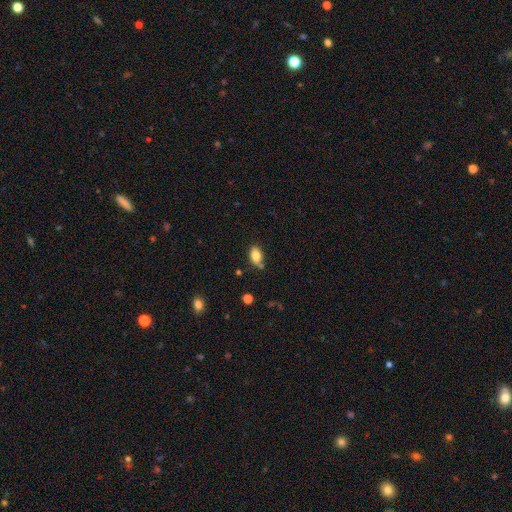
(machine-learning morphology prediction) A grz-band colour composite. It shows a smooth galaxy with no disk features (82%) that is in between round and cigar-shaped (86%). Merging: none (66%).